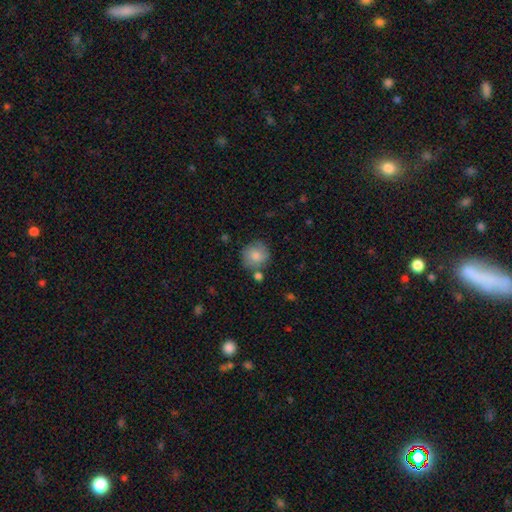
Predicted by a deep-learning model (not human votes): Morphology: type=smooth (80%); roundness=round (89%); merging=none (72%).